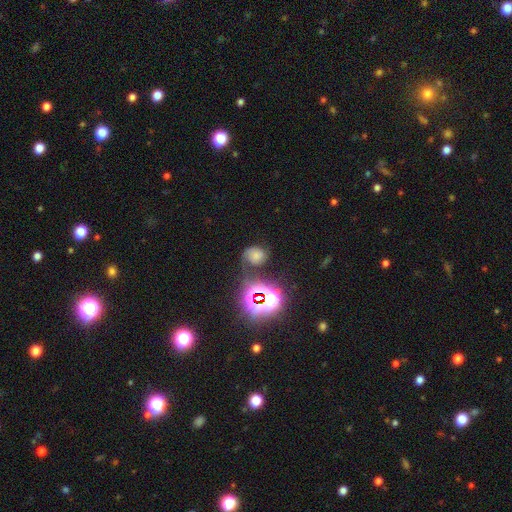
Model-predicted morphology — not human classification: Smooth or featured? Predicted: smooth (p=0.45). Merging? Predicted: none (p=0.56).